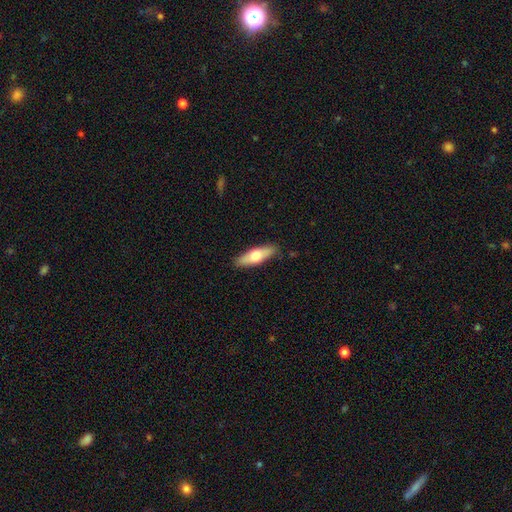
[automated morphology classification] Overall: smooth (56%; featured or disk 39%). How rounded: cigar-shaped (49%; in between 48%). Merging: none (87%).